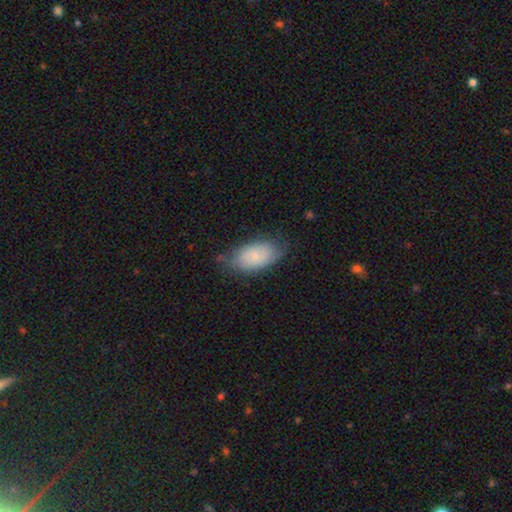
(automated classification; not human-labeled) smooth_or_featured: smooth (p=0.72) [alt: featured or disk p=0.21]
how_rounded: in between (p=0.93) [alt: round p=0.05]
merging: none (p=0.61) [alt: minor disturbance p=0.30]